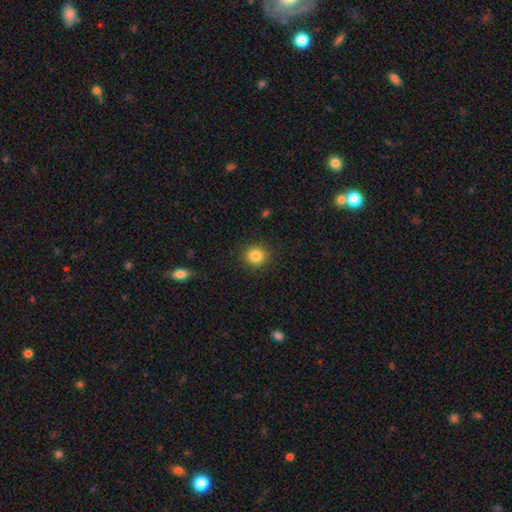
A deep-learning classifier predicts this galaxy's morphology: Smooth or featured? Predicted: smooth (p=0.85). How rounded? Predicted: round (p=0.88). Merging? Predicted: none (p=0.90).